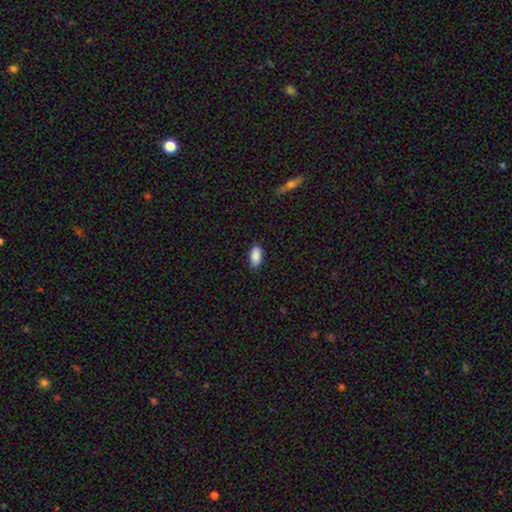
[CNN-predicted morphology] Smooth or featured?
  - smooth: 90% *
  - star or artifact: 7%
  - featured or disk: 3%
How rounded?
  - in between: 93% *
  - cigar-shaped: 5%
  - round: 2%
Merging?
  - none: 87% *
  - minor disturbance: 10%
  - major disturbance: 2%
  - merger: 1%